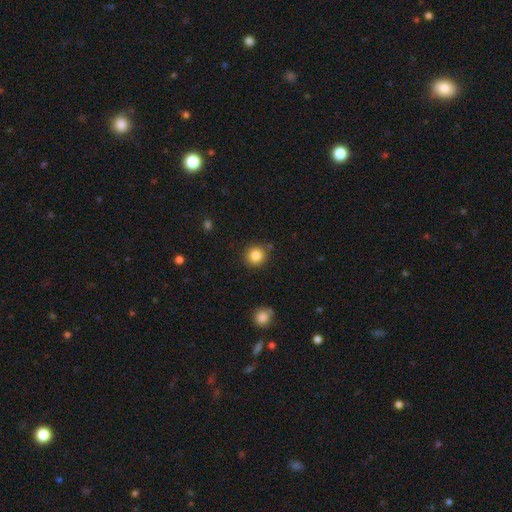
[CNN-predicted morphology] smooth-or-featured: smooth: 85% | star or artifact: 10% | featured or disk: 5%
  how-rounded: round: 92% | in between: 7% | cigar-shaped: 1%
  merging: none: 86% | minor disturbance: 8% | merger: 3% | major disturbance: 2%